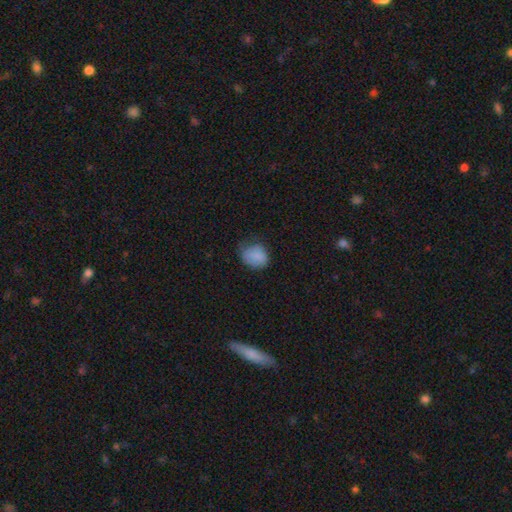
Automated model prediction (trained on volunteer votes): Smooth or featured?
  - smooth: 83% *
  - star or artifact: 9%
  - featured or disk: 8%
How rounded?
  - in between: 53% *
  - round: 46%
  - cigar-shaped: 1%
Merging?
  - none: 50% *
  - minor disturbance: 37%
  - major disturbance: 12%
  - merger: 1%